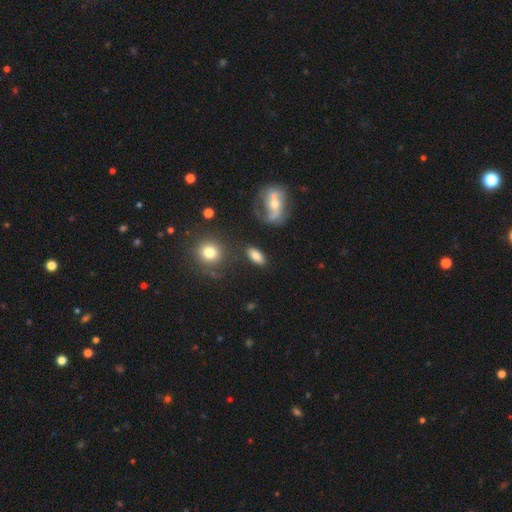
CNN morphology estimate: Smooth or featured? smooth (79%)
How rounded? in between (86%)
Merging? none (78%)